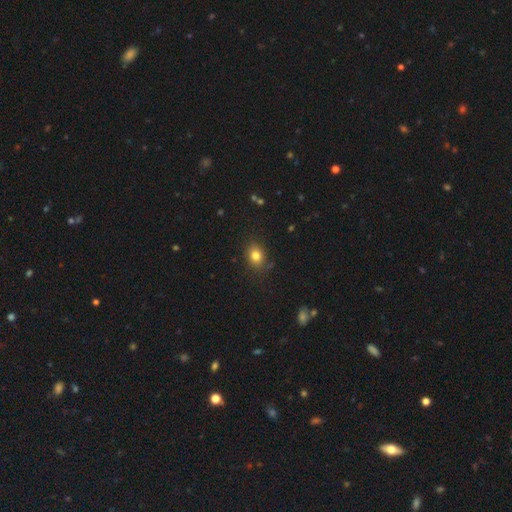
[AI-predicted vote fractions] A smooth galaxy with no disk features (81%) that is in between round and cigar-shaped (53%). Merging: none (81%).